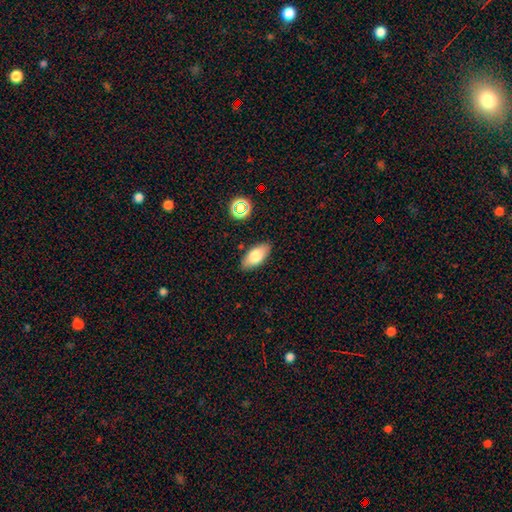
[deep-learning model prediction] Overall: smooth (77%). How rounded: in between (90%). Merging: none (86%).